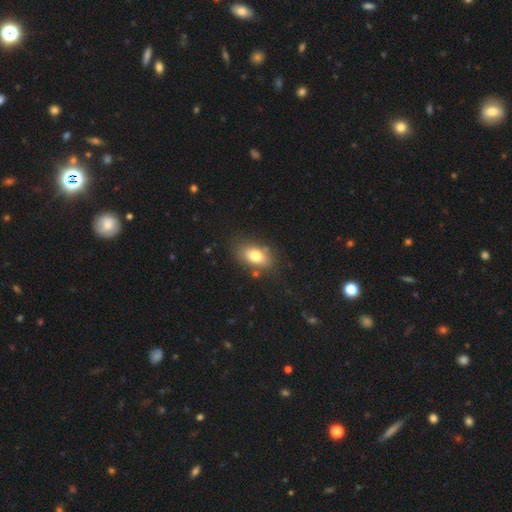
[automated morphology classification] Smooth or featured?
  - smooth: 77% *
  - featured or disk: 15%
  - star or artifact: 9%
How rounded?
  - in between: 87% *
  - round: 10%
  - cigar-shaped: 3%
Merging?
  - none: 77% *
  - minor disturbance: 14%
  - merger: 5%
  - major disturbance: 4%